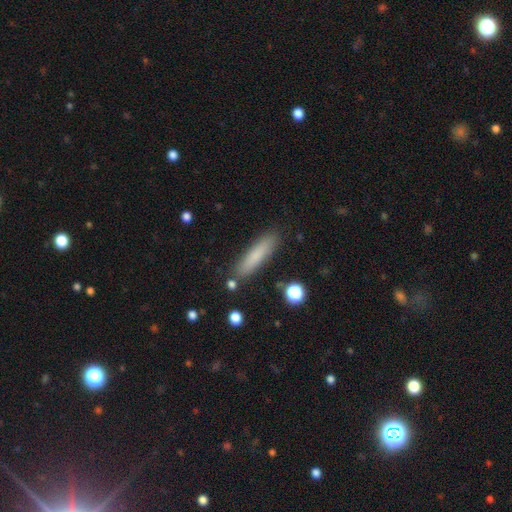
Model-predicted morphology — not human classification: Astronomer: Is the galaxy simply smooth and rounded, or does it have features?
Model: smooth — 79%.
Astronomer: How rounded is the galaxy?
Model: cigar-shaped — 83%.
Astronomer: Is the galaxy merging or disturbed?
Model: none — 86%.